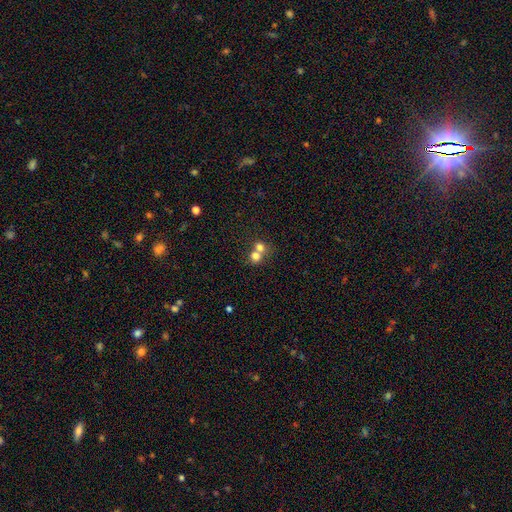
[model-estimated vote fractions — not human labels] This is likely a smooth galaxy (73%). How rounded: likely round (79%). Merging: likely merger (62%).